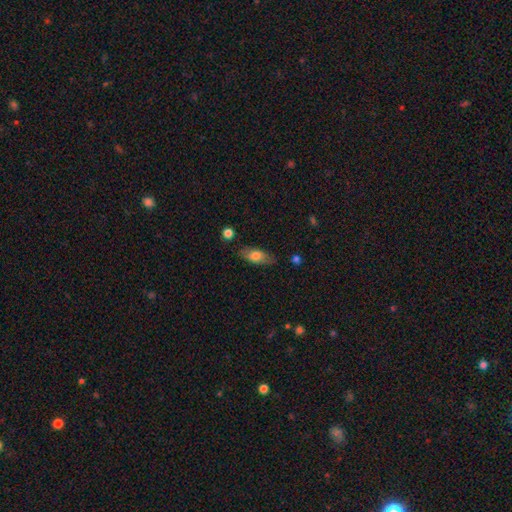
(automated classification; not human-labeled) Smooth or featured? Predicted: smooth (p=0.70). How rounded? Predicted: in between (p=0.80). Merging? Predicted: none (p=0.79).